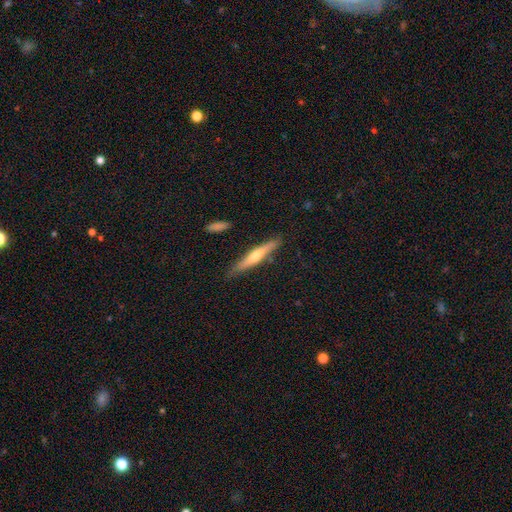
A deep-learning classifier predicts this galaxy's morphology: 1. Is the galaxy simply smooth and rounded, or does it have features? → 54% featured or disk, 41% smooth, 6% star or artifact.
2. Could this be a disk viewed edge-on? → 95% yes, 5% no.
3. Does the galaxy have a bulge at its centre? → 83% rounded, 13% none, 4% boxy.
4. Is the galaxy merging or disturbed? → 82% none, 13% minor disturbance, 3% merger, 2% major disturbance.